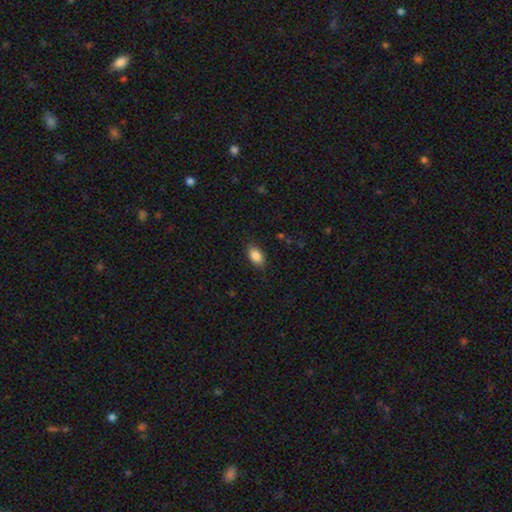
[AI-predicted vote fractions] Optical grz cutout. It shows a smooth galaxy with no disk features (86%) that is in between round and cigar-shaped (91%). Merging: none (87%).